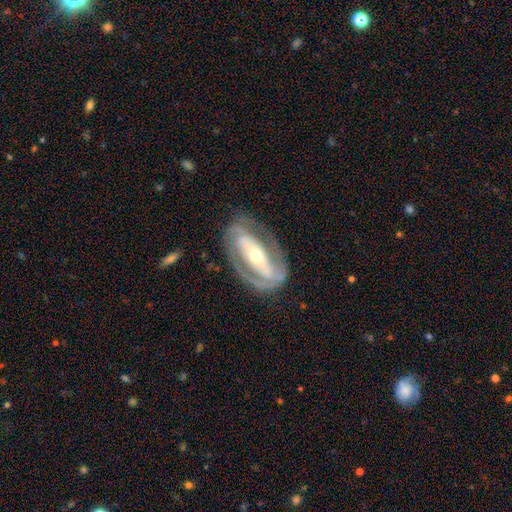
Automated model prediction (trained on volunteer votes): The model was most divided on "bulge size": moderate: 48%, small: 45%, large: 5%, dominant: 1%, none: 1%. Remaining: edge-on disk — no (90%); smooth or featured — featured or disk (79%); merging — none (70%); spiral arms — yes (67%); bar — strong (49%).